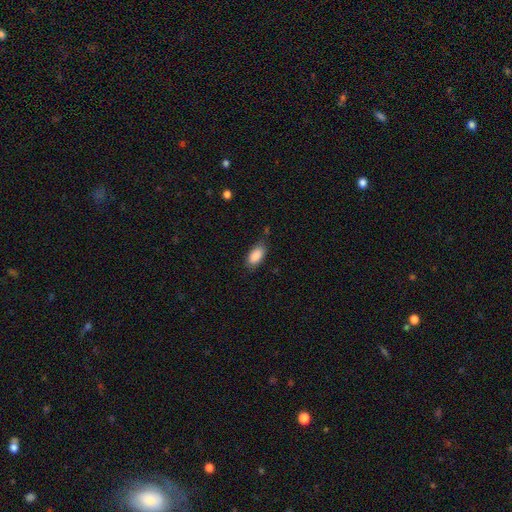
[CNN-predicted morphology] Smooth or featured: smooth — 88% (star or artifact — 7%)
How rounded: in between — 92% (cigar-shaped — 5%)
Merging: none — 76% (minor disturbance — 18%)